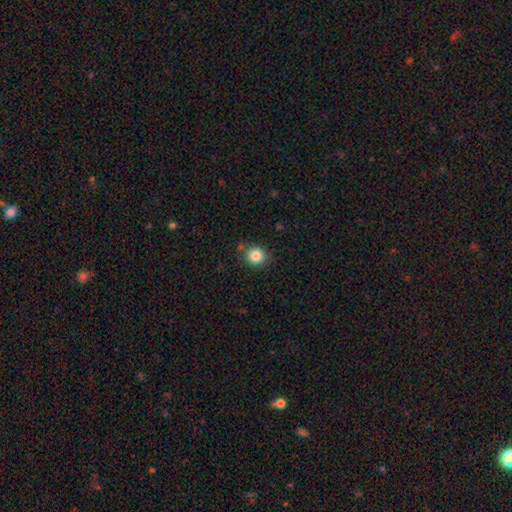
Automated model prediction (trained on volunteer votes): This appears to be a smooth galaxy with no disk features (84%) that is round (85%). Merging: none (83%).